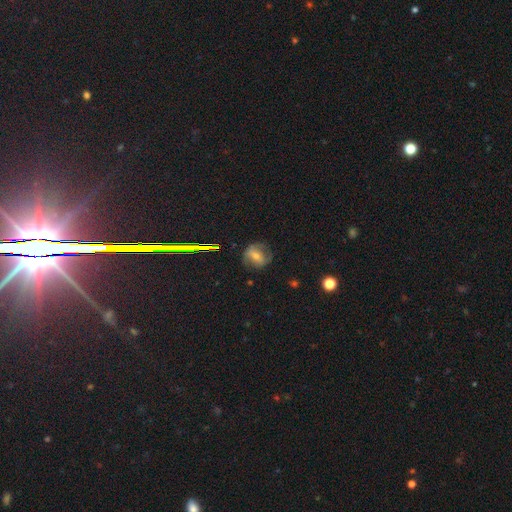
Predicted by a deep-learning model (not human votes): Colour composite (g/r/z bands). It shows a featured or disk galaxy (49%). Merging: none (72%).